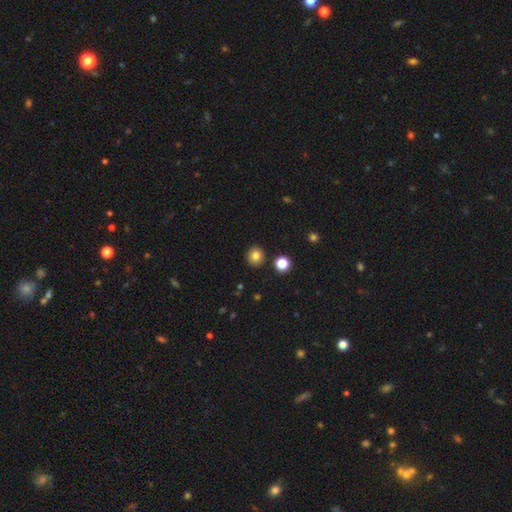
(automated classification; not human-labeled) smooth-or-featured: smooth: 82% | star or artifact: 12% | featured or disk: 6%
  how-rounded: round: 88% | in between: 11% | cigar-shaped: 1%
  merging: none: 89% | minor disturbance: 6% | merger: 3% | major disturbance: 2%